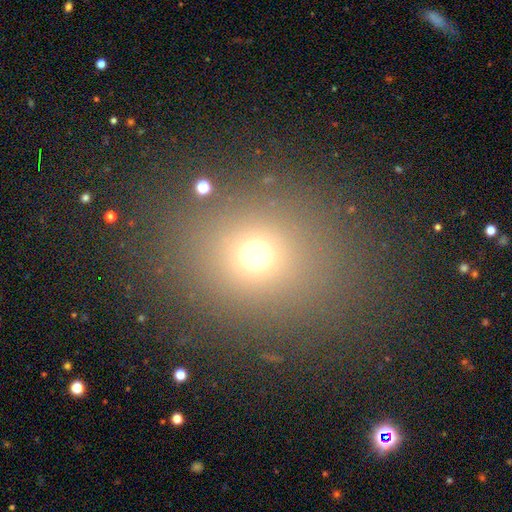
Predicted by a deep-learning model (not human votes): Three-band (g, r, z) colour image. It shows a smooth galaxy with no disk features (67%) that is round (72%). Merging: none (85%).